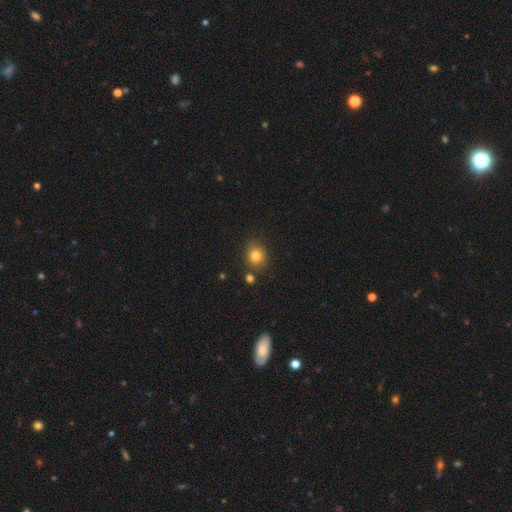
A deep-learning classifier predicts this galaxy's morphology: A smooth galaxy with no disk features (81%) that is round (79%). Merging: none (80%).